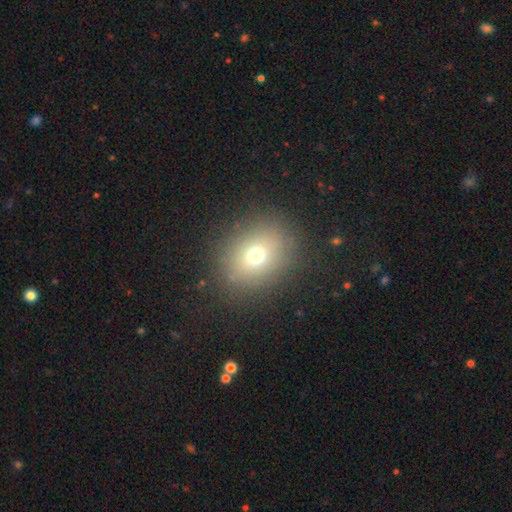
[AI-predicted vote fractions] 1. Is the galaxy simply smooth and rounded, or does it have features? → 70% smooth, 16% star or artifact, 14% featured or disk.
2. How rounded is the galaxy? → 54% round, 45% in between, 1% cigar-shaped.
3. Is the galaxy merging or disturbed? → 85% none, 9% minor disturbance, 4% major disturbance, 1% merger.